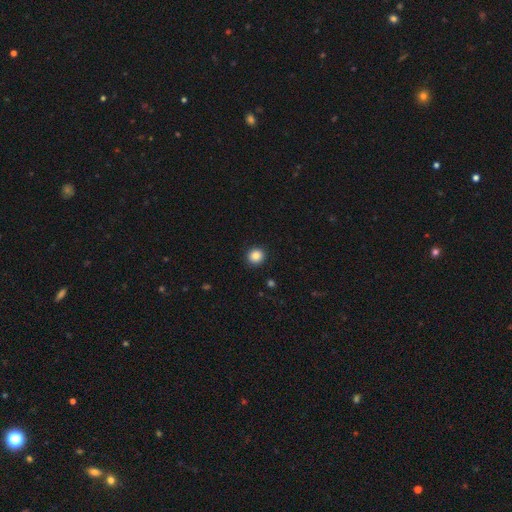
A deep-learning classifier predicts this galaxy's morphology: Smooth or featured? smooth (86%)
How rounded? round (91%)
Merging? none (92%)